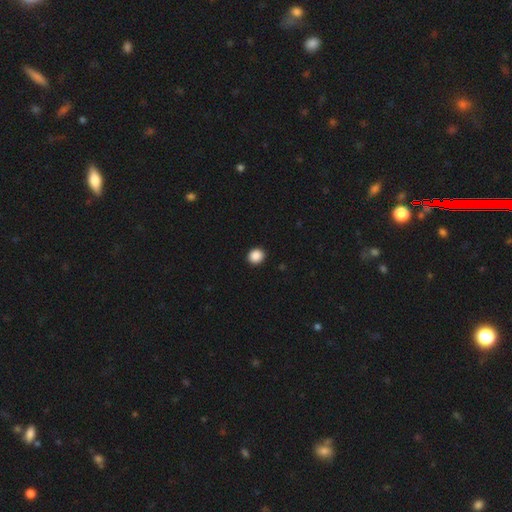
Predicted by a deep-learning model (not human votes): This appears to be a smooth galaxy with no disk features (88%) that is round (83%). Merging: none (93%).